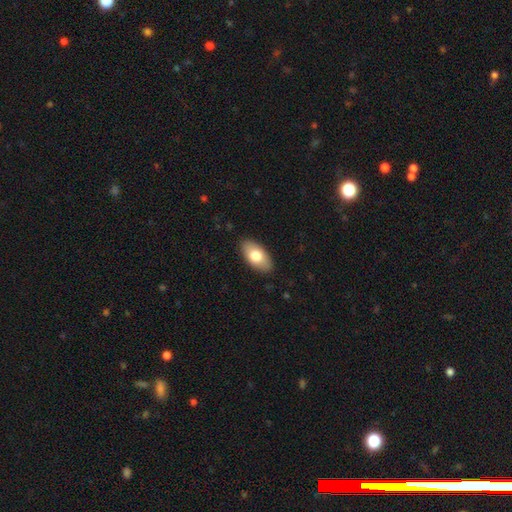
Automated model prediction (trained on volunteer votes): A smooth galaxy with no disk features (75%) that is in between round and cigar-shaped (94%).

Vote fractions:
- Smooth or featured? smooth: 75% / featured or disk: 19% / star or artifact: 6%
- How rounded? in between: 94% / round: 3% / cigar-shaped: 3%
- Merging? none: 88% / minor disturbance: 9% / major disturbance: 2% / merger: 1%